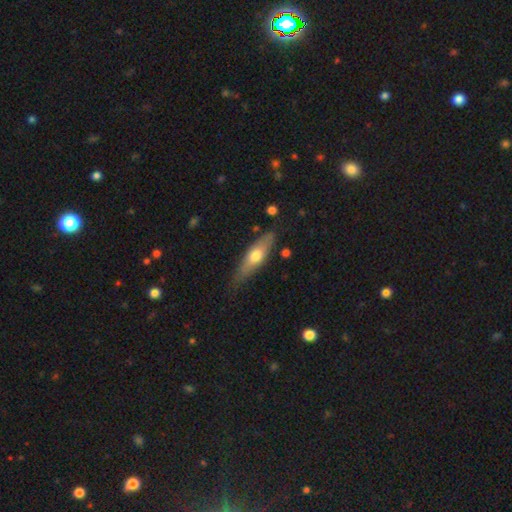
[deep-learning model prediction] smooth-or-featured: smooth: 56% | featured or disk: 39% | star or artifact: 5%
  how-rounded: cigar-shaped: 53% | in between: 45% | round: 2%
  merging: none: 72% | minor disturbance: 21% | major disturbance: 4% | merger: 2%